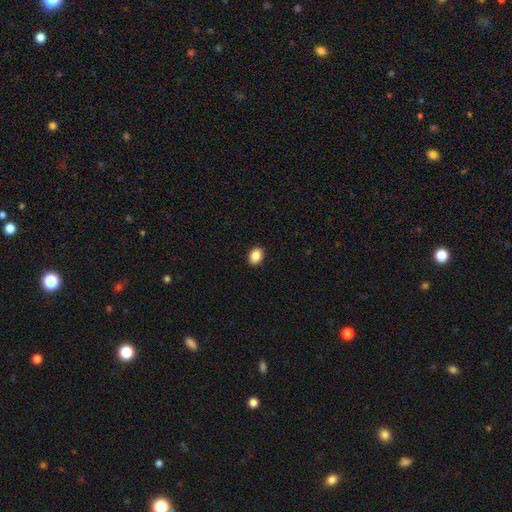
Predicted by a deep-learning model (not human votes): smooth-or-featured: smooth: 88% | star or artifact: 8% | featured or disk: 4%
  how-rounded: in between: 73% | round: 26% | cigar-shaped: 1%
  merging: none: 91% | minor disturbance: 6% | major disturbance: 2% | merger: 1%